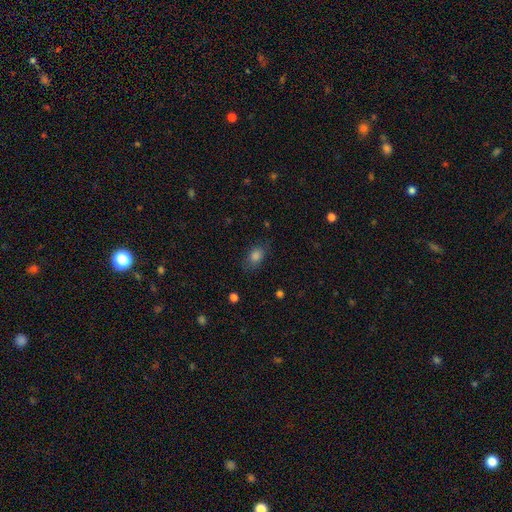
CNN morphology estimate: A smooth galaxy with no disk features (81%) that is in between round and cigar-shaped (74%). Merging: none (77%).